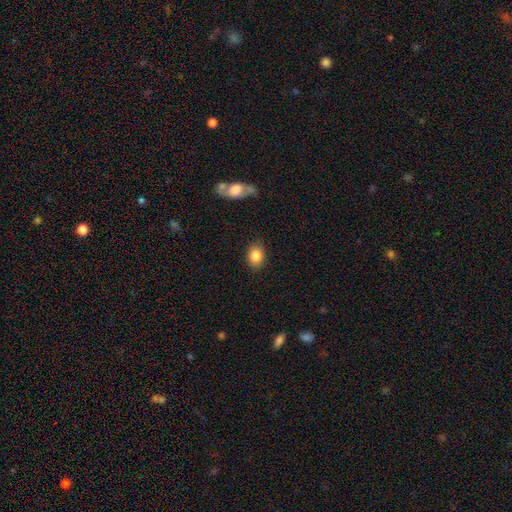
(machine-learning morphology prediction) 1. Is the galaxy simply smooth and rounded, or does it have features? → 85% smooth, 8% star or artifact, 7% featured or disk.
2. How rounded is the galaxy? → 65% in between, 34% round, 1% cigar-shaped.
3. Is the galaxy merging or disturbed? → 85% none, 11% minor disturbance, 3% major disturbance, 1% merger.